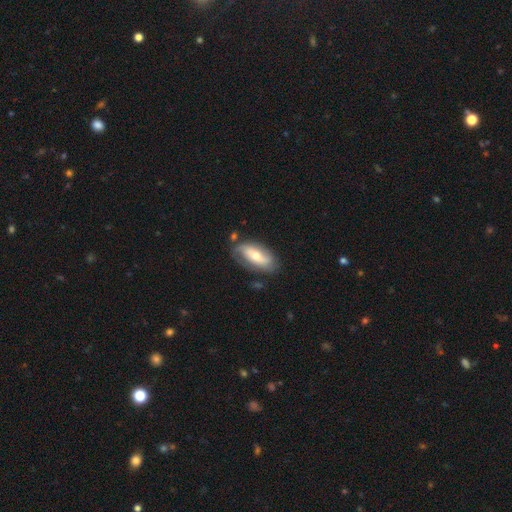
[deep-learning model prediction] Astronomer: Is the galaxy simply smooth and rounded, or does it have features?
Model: featured or disk — 60%.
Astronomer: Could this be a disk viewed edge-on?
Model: no — 88%.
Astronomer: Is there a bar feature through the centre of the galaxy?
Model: no — 44% (runner-up: weak, 30%).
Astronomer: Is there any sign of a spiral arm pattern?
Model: yes — 77%.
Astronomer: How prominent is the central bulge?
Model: moderate — 60%.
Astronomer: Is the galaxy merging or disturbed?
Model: none — 69%.